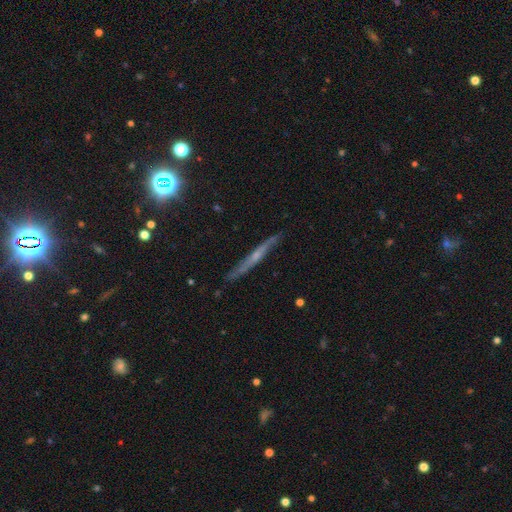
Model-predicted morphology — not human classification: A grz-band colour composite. It shows a featured or disk galaxy (69%) viewed edge-on (92%) with a rounded central bulge (51%). Merging: none (83%).